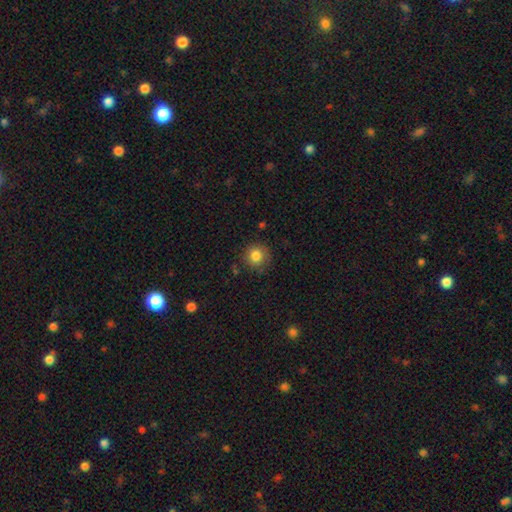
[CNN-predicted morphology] smooth 83%, star or artifact 11%, featured or disk 7%. Down the decision tree: how rounded — round (92%); merging — none (83%).